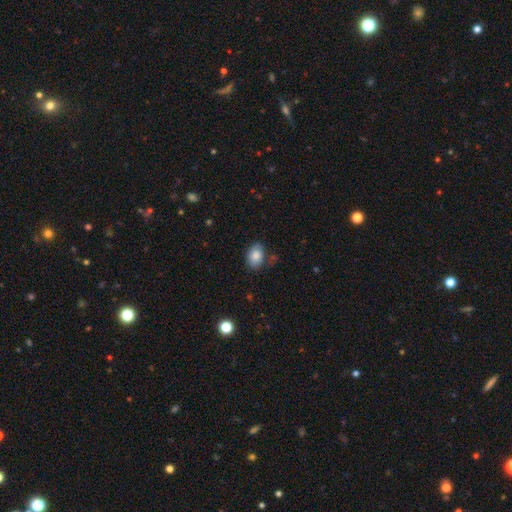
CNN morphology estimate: Smooth or featured? Predicted: smooth (p=0.84). How rounded? Predicted: in between (p=0.77). Merging? Predicted: none (p=0.75).